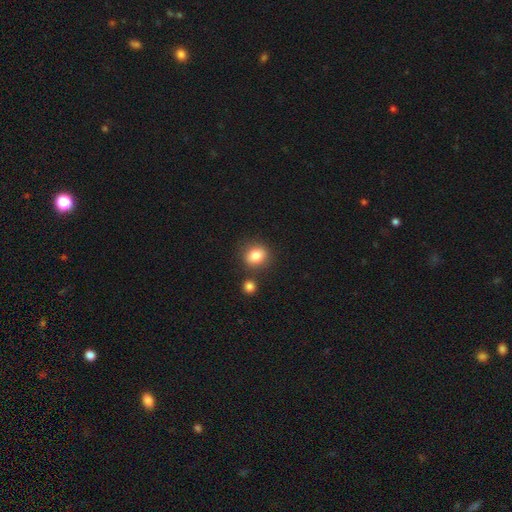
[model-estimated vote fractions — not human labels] smooth-or-featured: smooth: 82% | star or artifact: 11% | featured or disk: 7%
  how-rounded: round: 75% | in between: 24% | cigar-shaped: 1%
  merging: none: 79% | minor disturbance: 10% | merger: 9% | major disturbance: 3%